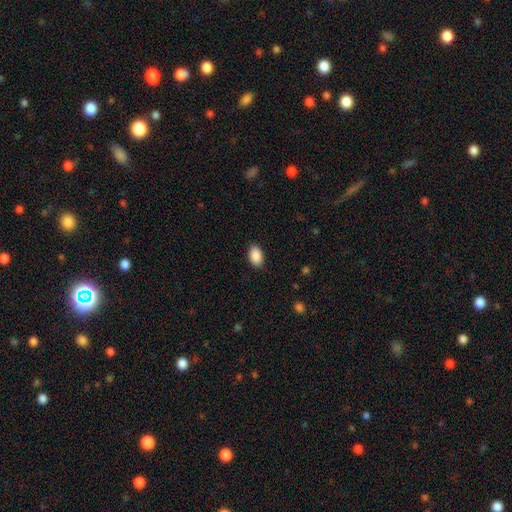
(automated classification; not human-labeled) Smooth or featured?
  - smooth: 90% *
  - star or artifact: 7%
  - featured or disk: 3%
How rounded?
  - in between: 89% *
  - round: 9%
  - cigar-shaped: 1%
Merging?
  - none: 87% *
  - minor disturbance: 10%
  - major disturbance: 2%
  - merger: 1%